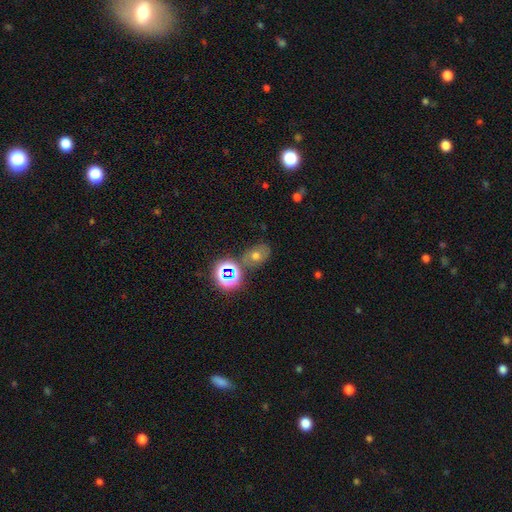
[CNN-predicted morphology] This is possibly a smooth galaxy (51%). How rounded: likely in between (66%). Merging: likely none (68%).